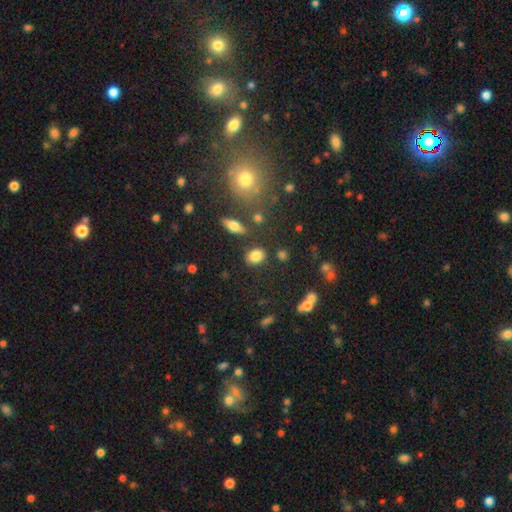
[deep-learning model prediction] A smooth galaxy with no disk features (82%) that is in between round and cigar-shaped (57%).

Vote fractions:
- Smooth or featured? smooth: 82% / star or artifact: 11% / featured or disk: 7%
- How rounded? in between: 57% / round: 41% / cigar-shaped: 2%
- Merging? none: 79% / minor disturbance: 12% / merger: 5% / major disturbance: 3%